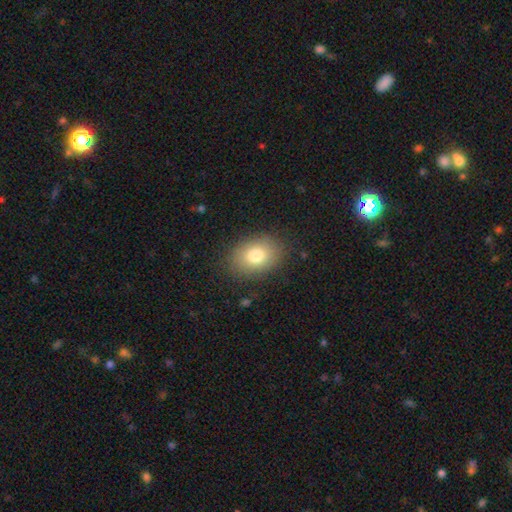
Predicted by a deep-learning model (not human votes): This appears to be a smooth galaxy with no disk features (80%) that is in between round and cigar-shaped (73%). Merging: none (85%).